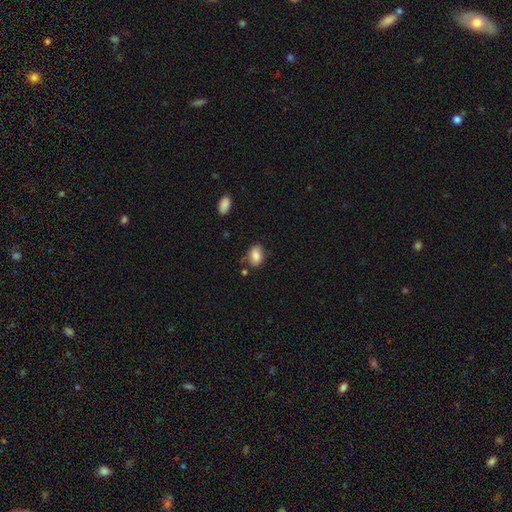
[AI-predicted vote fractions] Overall: smooth (85%). How rounded: in between (82%). Merging: none (66%).